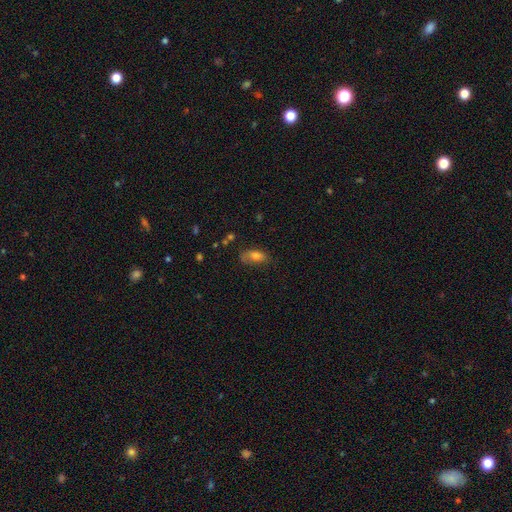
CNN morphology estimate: Smooth or featured?
  - smooth: 76% *
  - featured or disk: 15%
  - star or artifact: 10%
How rounded?
  - in between: 85% *
  - cigar-shaped: 10%
  - round: 5%
Merging?
  - none: 58% *
  - minor disturbance: 28%
  - major disturbance: 10%
  - merger: 3%